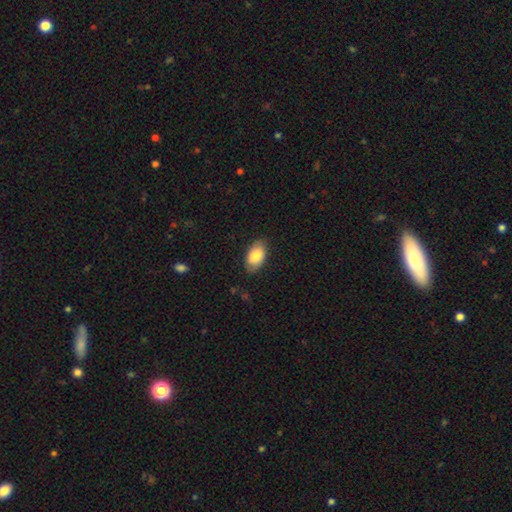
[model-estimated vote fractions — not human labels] The model was most divided on "merging": none: 83%, minor disturbance: 13%, major disturbance: 3%, merger: 1%. More confident: how rounded — in between (94%); smooth or featured — smooth (84%).